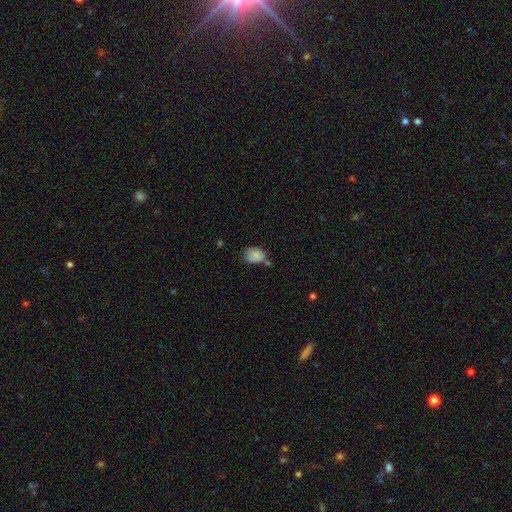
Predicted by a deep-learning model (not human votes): Overall: smooth (83%). How rounded: in between (67%; round 32%). Merging: none (49%; minor disturbance 30%).